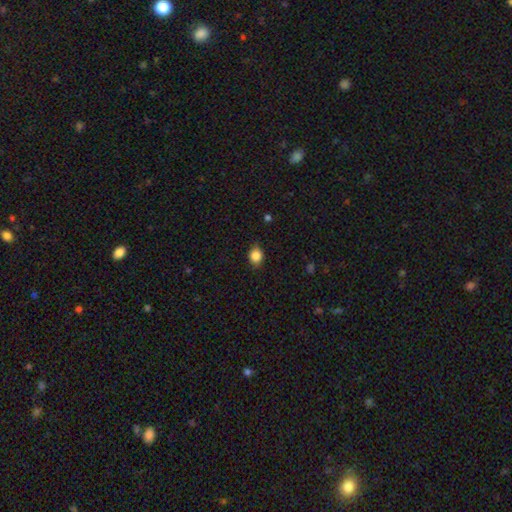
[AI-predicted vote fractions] smooth 85%, star or artifact 10%, featured or disk 5%. Down the decision tree: how rounded — round (58%); merging — none (83%).